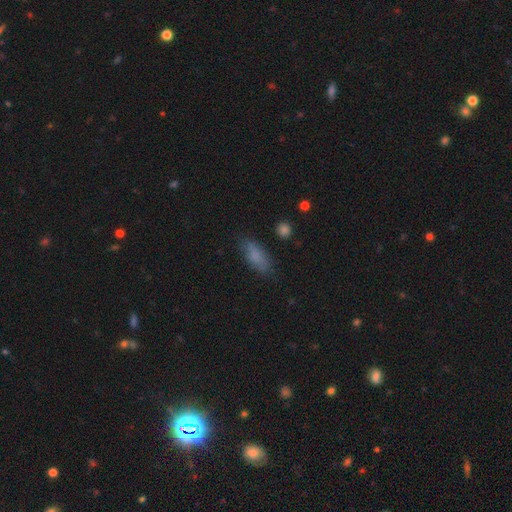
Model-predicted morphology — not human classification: A smooth galaxy with no disk features (78%) that is in between round and cigar-shaped (75%).

Vote fractions:
- Smooth or featured? smooth: 78% / featured or disk: 12% / star or artifact: 9%
- How rounded? in between: 75% / cigar-shaped: 22% / round: 3%
- Merging? none: 75% / minor disturbance: 18% / major disturbance: 5% / merger: 2%